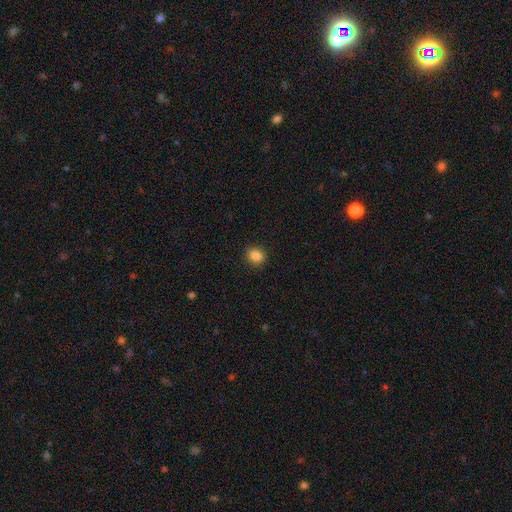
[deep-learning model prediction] A smooth galaxy with no disk features (86%) that is in between round and cigar-shaped (58%). Merging: none (89%).